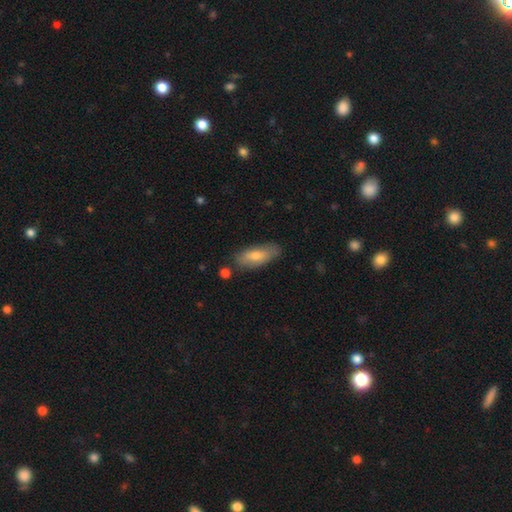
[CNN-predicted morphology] This is likely a smooth galaxy (71%). How rounded: likely in between (71%). Merging: likely none (80%).